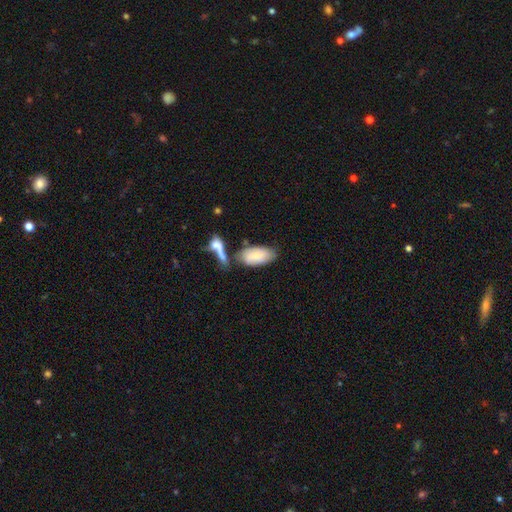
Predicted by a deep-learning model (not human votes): Overall: smooth (74%). How rounded: in between (92%). Merging: none (49%; merger 27%).